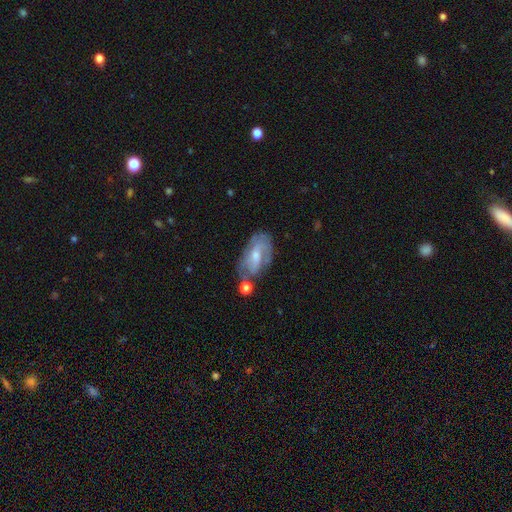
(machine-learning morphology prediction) This is possibly a featured or disk galaxy (59%). It is clearly not viewed edge-on (93%). Bar: possibly no (47%). Spiral arm pattern: likely yes (71%). Central bulge: possibly moderate (48%). Merging: possibly none (53%).